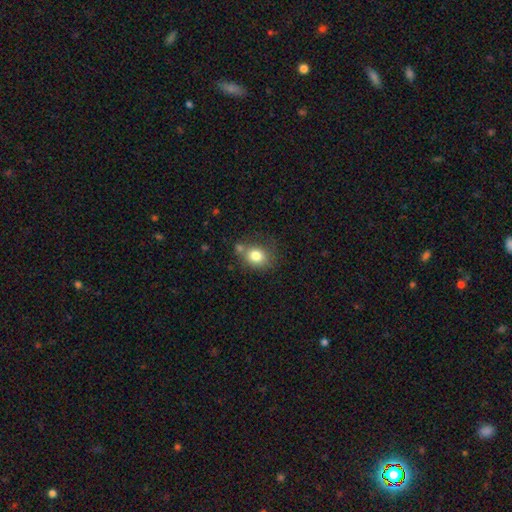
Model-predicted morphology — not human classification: Smooth or featured? Predicted: smooth (p=0.79). How rounded? Predicted: round (p=0.53). Merging? Predicted: none (p=0.57).